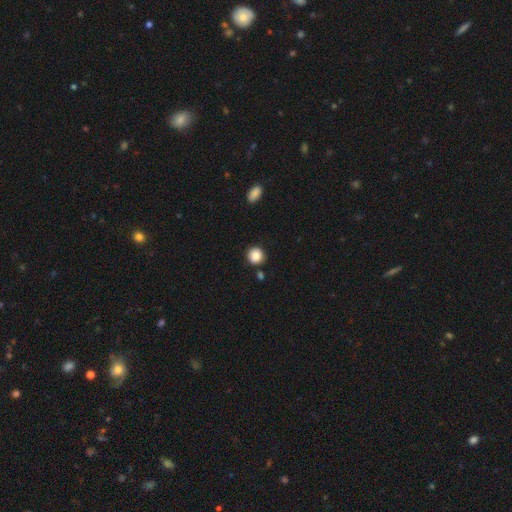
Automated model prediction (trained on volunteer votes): This is clearly a smooth galaxy (87%). How rounded: clearly round (91%). Merging: clearly none (87%).